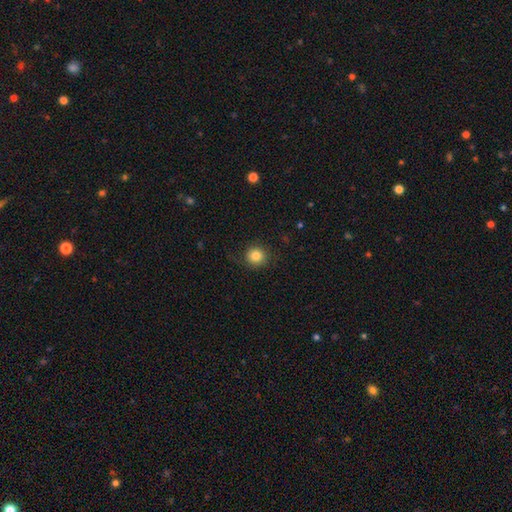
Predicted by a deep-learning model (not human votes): smooth 83%, star or artifact 10%, featured or disk 6%. Down the decision tree: how rounded — round (91%); merging — none (83%).